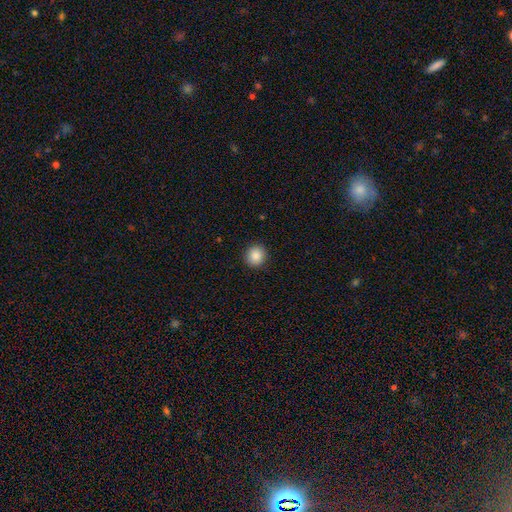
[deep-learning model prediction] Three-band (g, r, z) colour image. It shows a smooth galaxy with no disk features (87%) that is round (92%). Merging: none (92%).